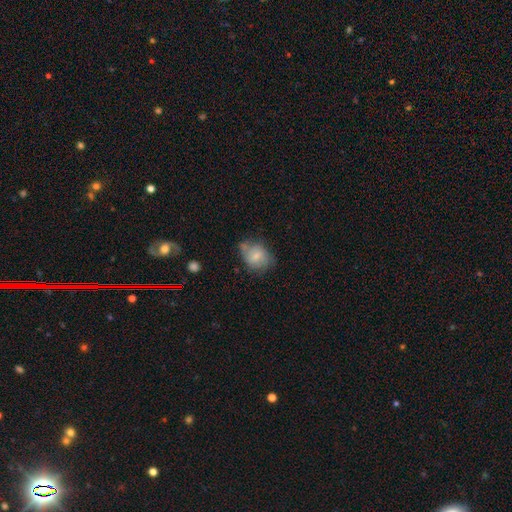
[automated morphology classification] smooth-or-featured: smooth: 60% | featured or disk: 32% | star or artifact: 8%
  how-rounded: in between: 57% | round: 42% | cigar-shaped: 1%
  merging: none: 49% | minor disturbance: 32% | major disturbance: 12% | merger: 6%